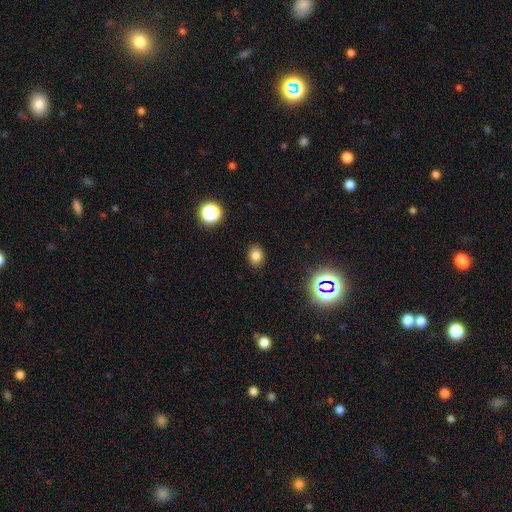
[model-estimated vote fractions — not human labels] Smooth or featured: smooth — 78% (star or artifact — 16%)
How rounded: in between — 52% (round — 47%)
Merging: none — 88% (minor disturbance — 8%)